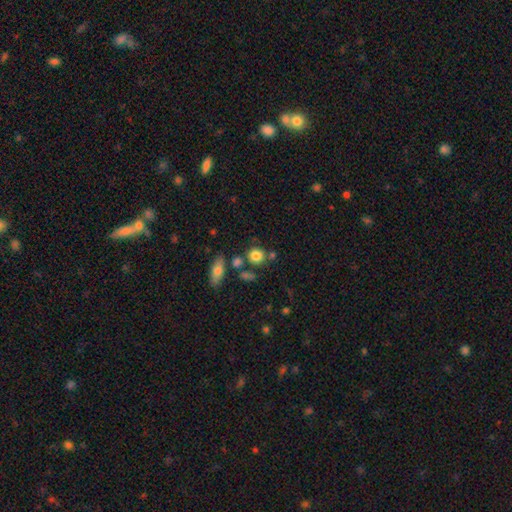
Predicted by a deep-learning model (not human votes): Smooth or featured? Predicted: smooth (p=0.82). How rounded? Predicted: round (p=0.78). Merging? Predicted: none (p=0.70).